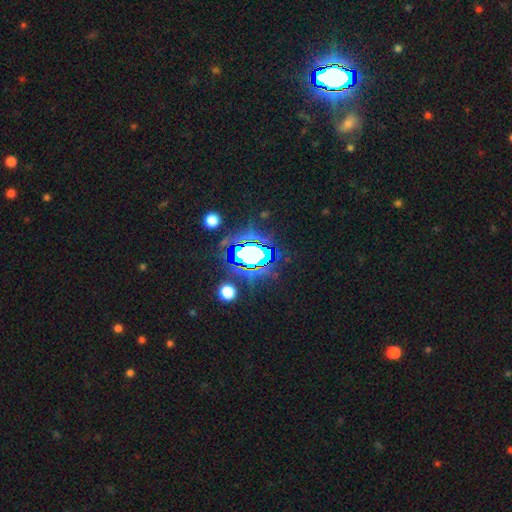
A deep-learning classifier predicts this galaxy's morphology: type=star or artifact (68%).